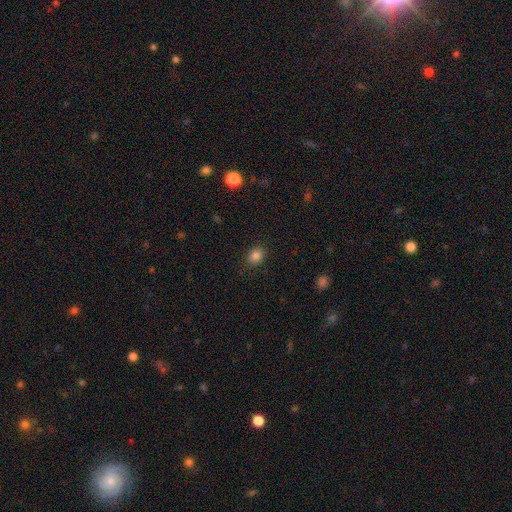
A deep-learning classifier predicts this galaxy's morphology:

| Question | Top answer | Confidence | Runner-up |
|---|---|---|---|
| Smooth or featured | smooth | 84% | star or artifact (11%) |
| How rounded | round | 51% | in between (48%) |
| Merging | none | 87% | minor disturbance (9%) |